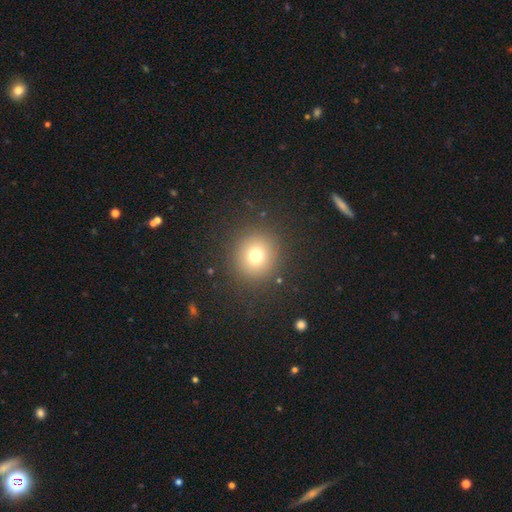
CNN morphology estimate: A smooth galaxy with no disk features (74%) that is round (91%).

Vote fractions:
- Smooth or featured? smooth: 74% / star or artifact: 16% / featured or disk: 10%
- How rounded? round: 91% / in between: 8% / cigar-shaped: 1%
- Merging? none: 88% / minor disturbance: 7% / major disturbance: 4% / merger: 1%